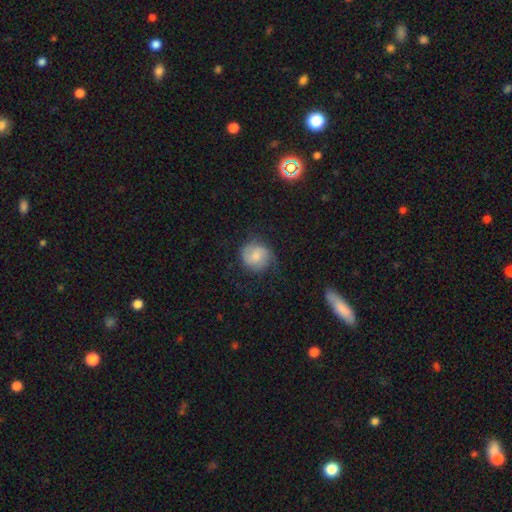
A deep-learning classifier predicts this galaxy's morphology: Smooth or featured?
  - smooth: 51% *
  - featured or disk: 41%
  - star or artifact: 8%
How rounded?
  - round: 85% *
  - in between: 14%
  - cigar-shaped: 1%
Merging?
  - none: 68% *
  - minor disturbance: 21%
  - major disturbance: 10%
  - merger: 1%